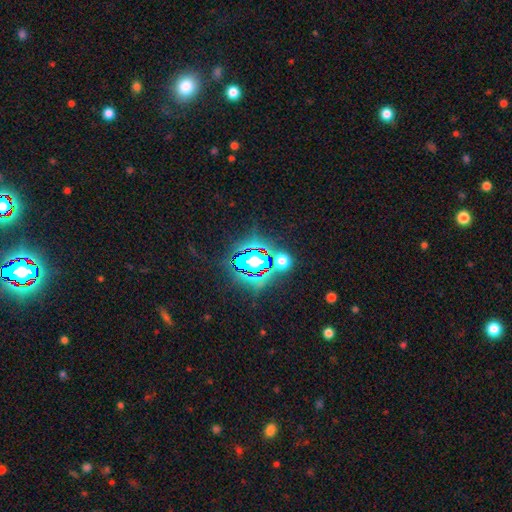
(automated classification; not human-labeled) This appears to be a star or artifact, not a galaxy (81%).